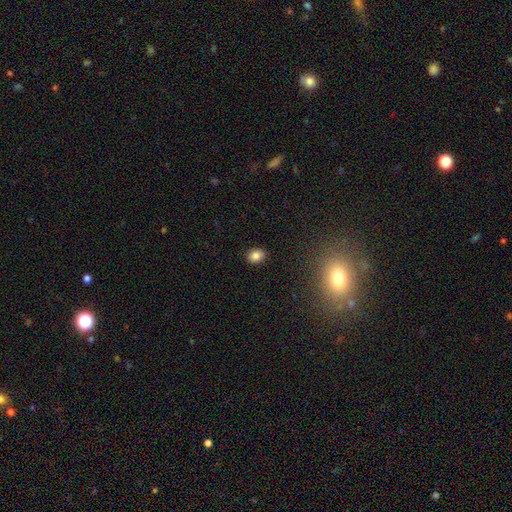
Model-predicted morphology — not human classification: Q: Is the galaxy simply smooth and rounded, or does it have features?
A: smooth — 84%.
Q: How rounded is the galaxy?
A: in between — 56%.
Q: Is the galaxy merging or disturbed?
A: none — 89%.